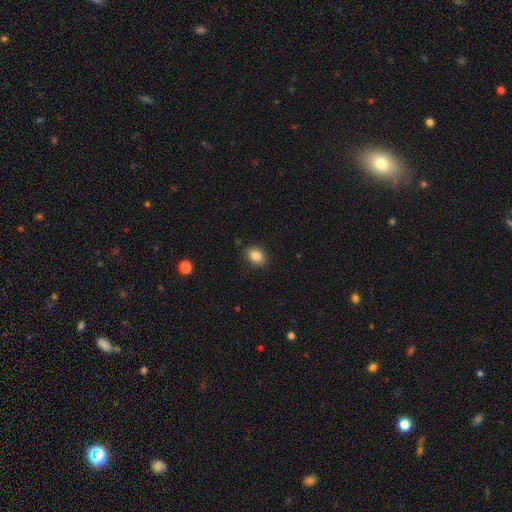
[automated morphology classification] Smooth or featured: smooth — 86% (star or artifact — 9%)
How rounded: in between — 61% (round — 38%)
Merging: none — 87% (minor disturbance — 10%)